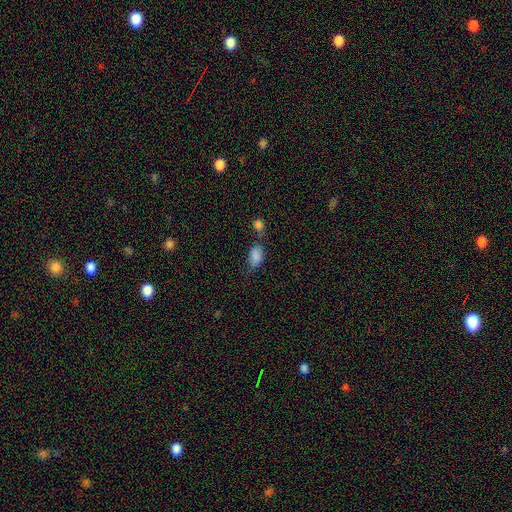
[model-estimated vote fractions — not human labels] This appears to be a smooth galaxy with no disk features (85%) that is in between round and cigar-shaped (88%). Merging: none (42%).